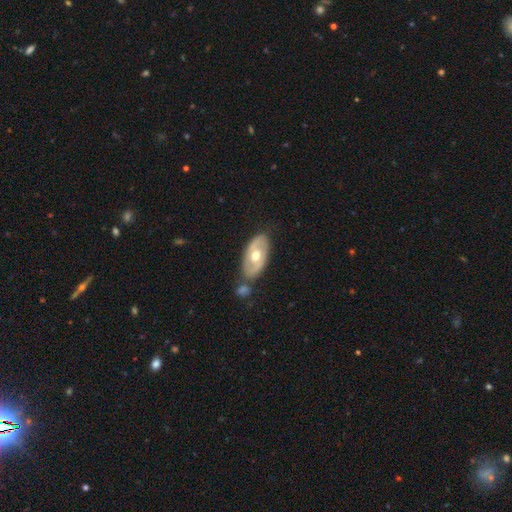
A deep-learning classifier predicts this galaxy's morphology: smooth_or_featured: featured or disk (p=0.62) [alt: smooth p=0.33]
disk_edge_on: no (p=0.89) [alt: yes p=0.11]
bar: no (p=0.73) [alt: weak p=0.19]
has_spiral_arms: no (p=0.53) [alt: yes p=0.47]
bulge_size: moderate (p=0.79) [alt: small p=0.13]
merging: none (p=0.65) [alt: minor disturbance p=0.17]